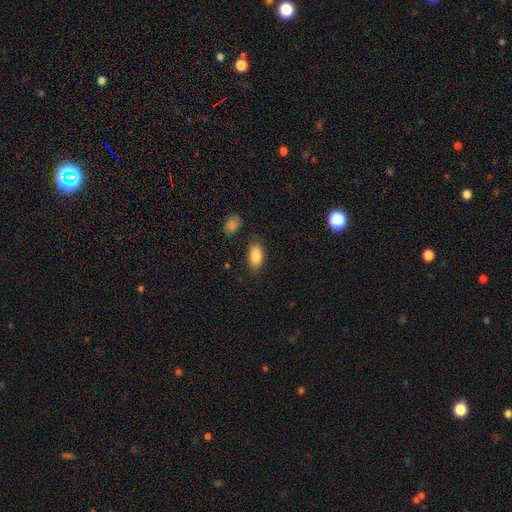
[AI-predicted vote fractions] Overall: smooth (87%). How rounded: in between (93%). Merging: none (82%).